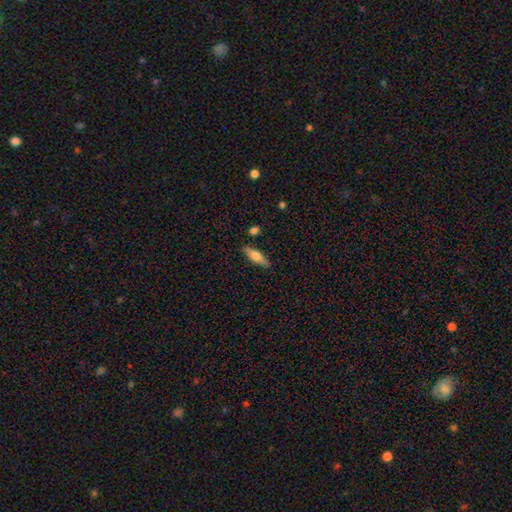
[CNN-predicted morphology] Q: Smooth or featured?
A: smooth (55%); runner-up: featured or disk (39%)
Q: How rounded?
A: cigar-shaped (57%); runner-up: in between (41%)
Q: Merging?
A: none (84%); runner-up: minor disturbance (11%)